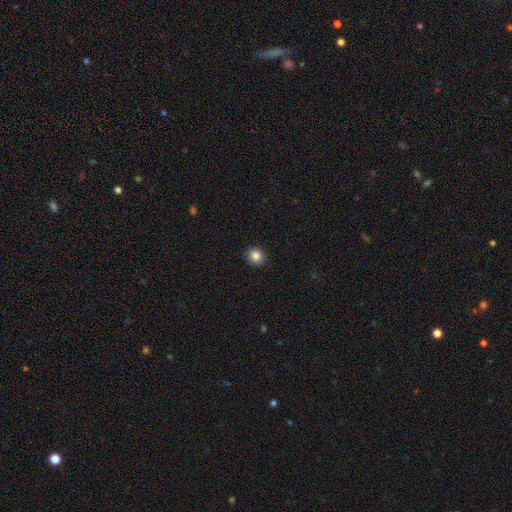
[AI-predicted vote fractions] Q: Smooth or featured?
A: smooth (85%); runner-up: star or artifact (10%)
Q: How rounded?
A: round (80%); runner-up: in between (19%)
Q: Merging?
A: none (91%); runner-up: minor disturbance (6%)